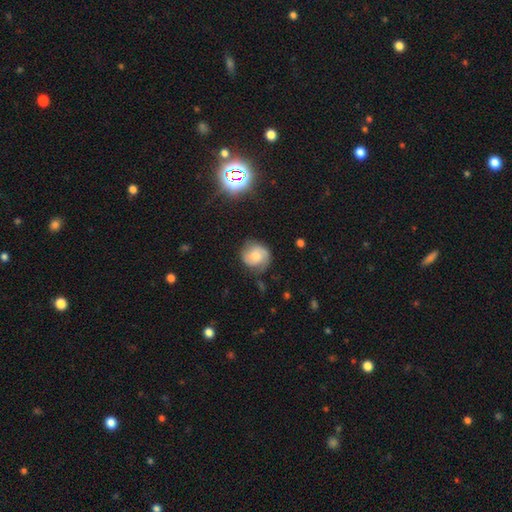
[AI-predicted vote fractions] Smooth or featured?
  - featured or disk: 47% *
  - smooth: 43%
  - star or artifact: 9%
Merging?
  - none: 71% *
  - minor disturbance: 20%
  - major disturbance: 7%
  - merger: 2%